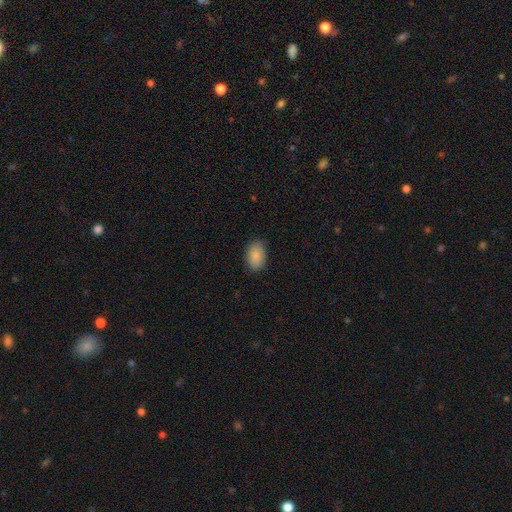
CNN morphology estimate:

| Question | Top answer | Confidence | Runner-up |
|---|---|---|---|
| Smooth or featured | smooth | 87% | star or artifact (7%) |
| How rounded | in between | 85% | round (14%) |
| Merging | none | 79% | minor disturbance (16%) |